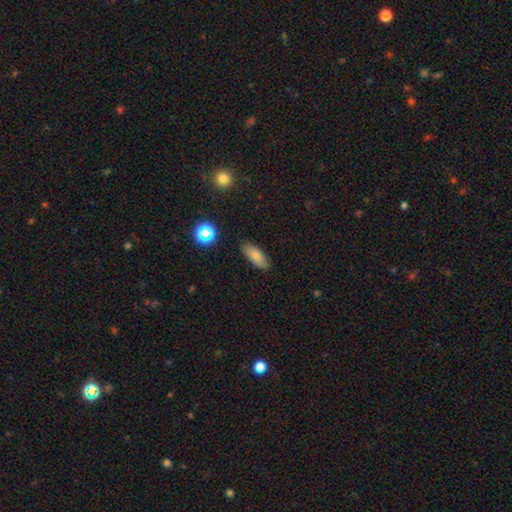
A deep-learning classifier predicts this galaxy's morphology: Smooth or featured? smooth (79%)
How rounded? in between (76%)
Merging? none (85%)